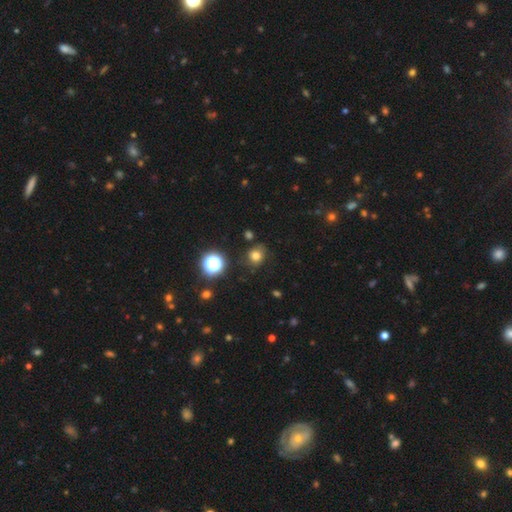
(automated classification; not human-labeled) Morphology: type=smooth (74%); roundness=round (82%); merging=none (78%).